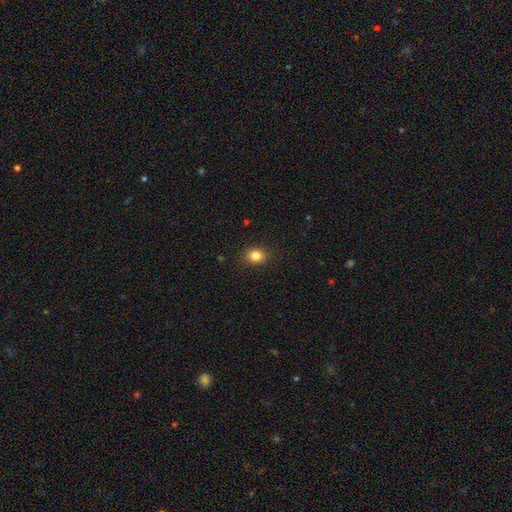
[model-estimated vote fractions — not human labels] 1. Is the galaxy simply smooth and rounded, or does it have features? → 84% smooth, 11% star or artifact, 6% featured or disk.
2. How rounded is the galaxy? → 53% round, 46% in between, 1% cigar-shaped.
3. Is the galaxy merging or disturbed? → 88% none, 9% minor disturbance, 3% major disturbance, 1% merger.